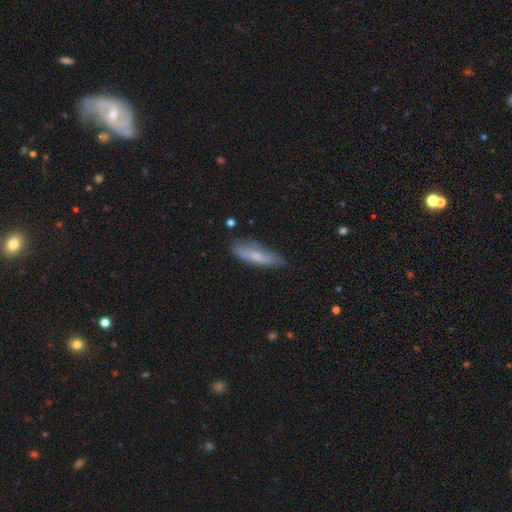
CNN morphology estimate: Overall: smooth (64%; featured or disk 30%). How rounded: cigar-shaped (58%; in between 40%). Merging: none (68%).